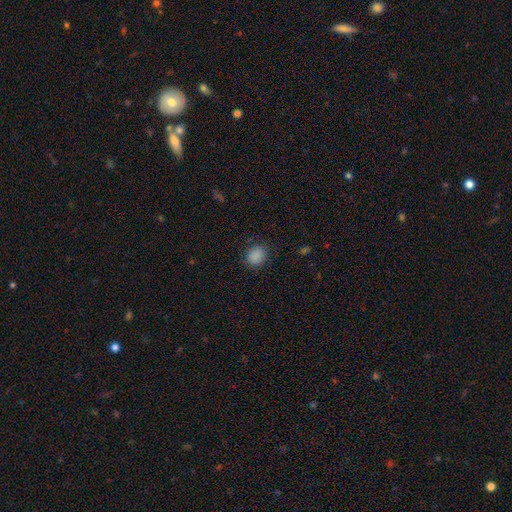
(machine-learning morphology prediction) A smooth galaxy with no disk features (86%) that is round (67%).

Vote fractions:
- Smooth or featured? smooth: 86% / star or artifact: 11% / featured or disk: 3%
- How rounded? round: 67% / in between: 32% / cigar-shaped: 1%
- Merging? none: 84% / minor disturbance: 12% / major disturbance: 4% / merger: 1%